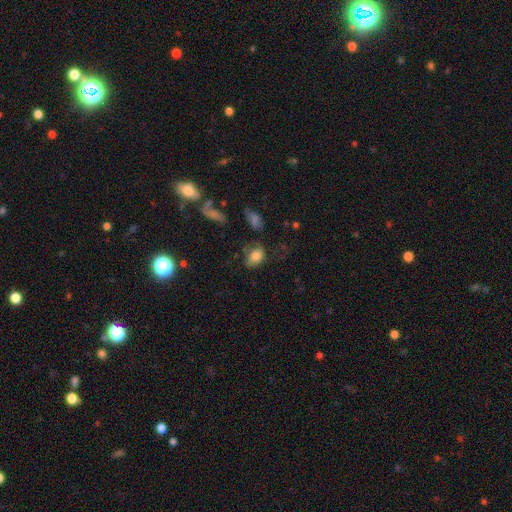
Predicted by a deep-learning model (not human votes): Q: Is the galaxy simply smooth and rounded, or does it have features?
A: smooth — 77%.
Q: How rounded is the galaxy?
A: in between — 73%.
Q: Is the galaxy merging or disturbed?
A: none — 43%.